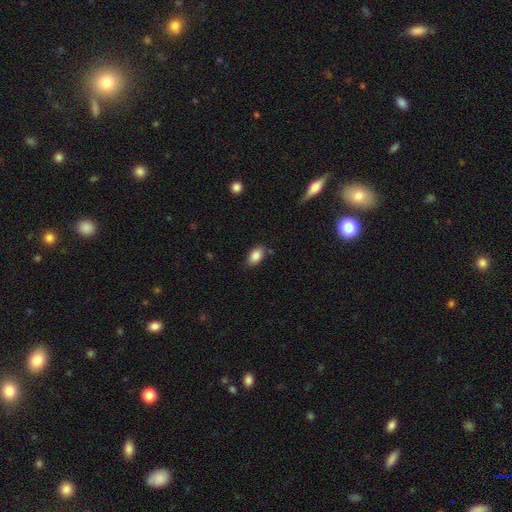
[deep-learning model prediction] The model was most divided on "merging": none: 82%, minor disturbance: 13%, major disturbance: 3%, merger: 2%. More confident: how rounded — in between (91%); smooth or featured — smooth (87%).